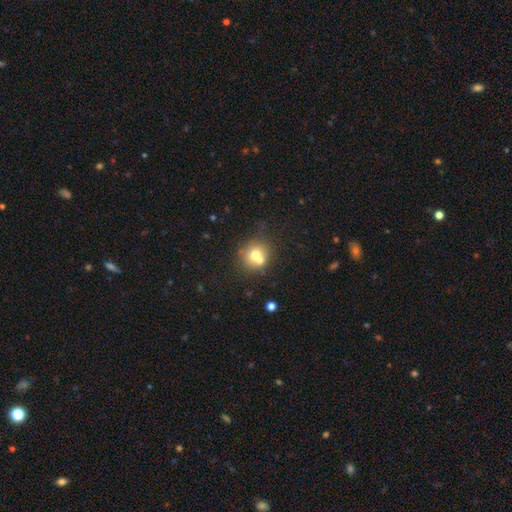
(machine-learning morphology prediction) The model was most divided on "merging": none: 48%, merger: 39%, minor disturbance: 9%, major disturbance: 3%. More confident: how rounded — round (86%); smooth or featured — smooth (67%).